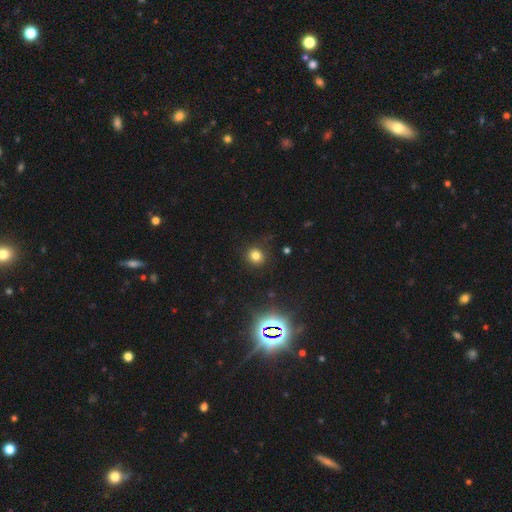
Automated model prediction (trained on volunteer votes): smooth 75%, star or artifact 18%, featured or disk 7%. Down the decision tree: how rounded — round (88%); merging — none (85%).